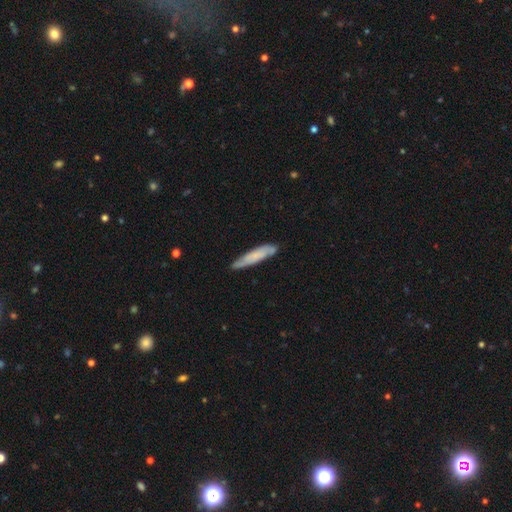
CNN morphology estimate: type=smooth (57%); roundness=cigar-shaped (85%); merging=none (76%).